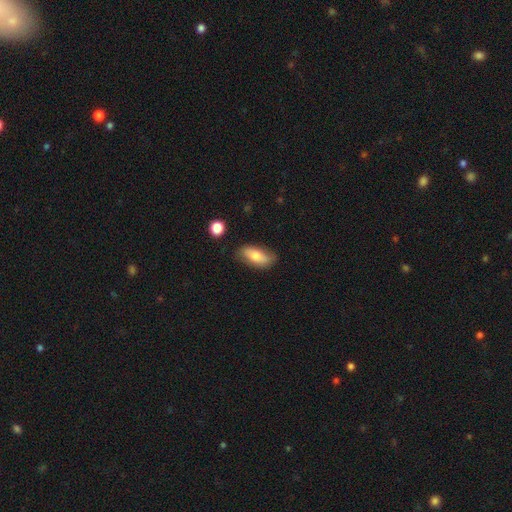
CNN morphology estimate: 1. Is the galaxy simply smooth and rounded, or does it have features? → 72% smooth, 21% featured or disk, 7% star or artifact.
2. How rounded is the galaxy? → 83% in between, 13% cigar-shaped, 3% round.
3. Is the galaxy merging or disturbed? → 75% none, 19% minor disturbance, 4% major disturbance, 2% merger.